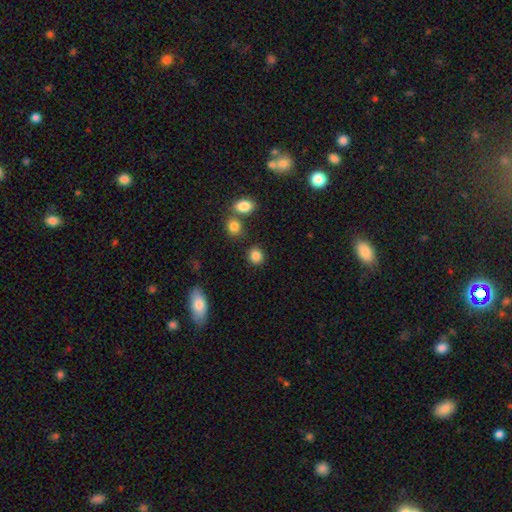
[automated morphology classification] A smooth galaxy with no disk features (85%) that is round (76%). Merging: none (81%).